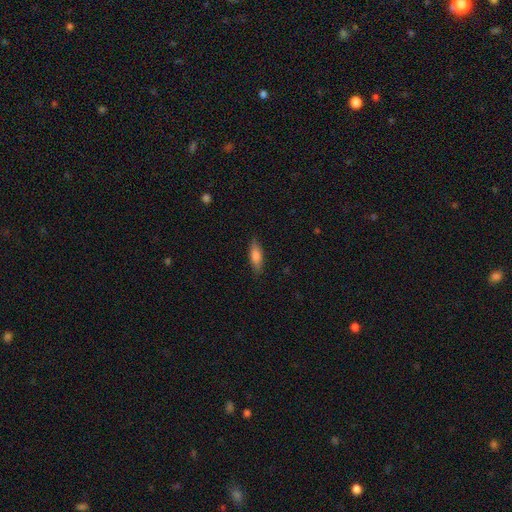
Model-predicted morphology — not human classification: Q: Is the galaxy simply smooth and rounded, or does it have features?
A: smooth — 77%.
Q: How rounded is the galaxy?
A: in between — 54%.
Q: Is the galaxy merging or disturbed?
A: none — 85%.